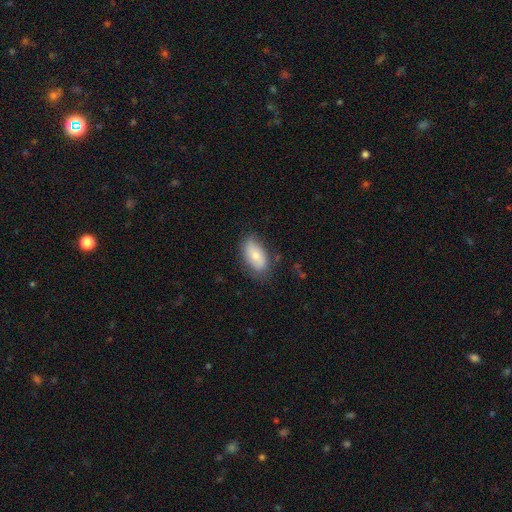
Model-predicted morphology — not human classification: Smooth or featured?
  - smooth: 73% *
  - featured or disk: 20%
  - star or artifact: 7%
How rounded?
  - in between: 93% *
  - round: 4%
  - cigar-shaped: 3%
Merging?
  - none: 74% *
  - minor disturbance: 20%
  - major disturbance: 5%
  - merger: 2%